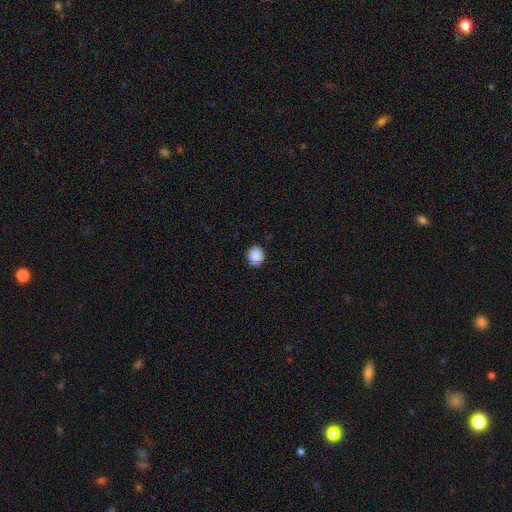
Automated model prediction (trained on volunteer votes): This appears to be a smooth galaxy with no disk features (89%) that is round (80%). Merging: none (90%).